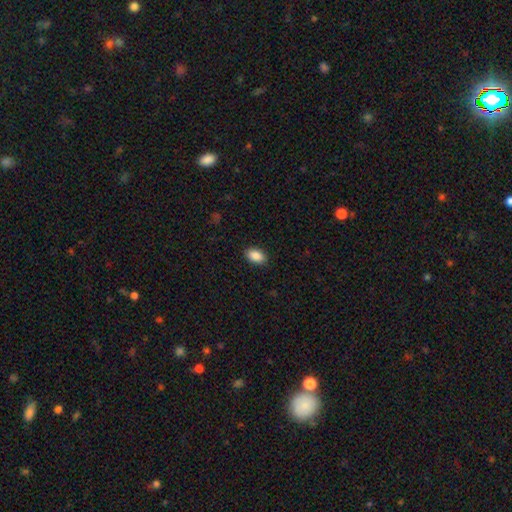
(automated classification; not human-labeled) smooth_or_featured: smooth (p=0.90) [alt: star or artifact p=0.07]
how_rounded: in between (p=0.92) [alt: round p=0.07]
merging: none (p=0.89) [alt: minor disturbance p=0.08]